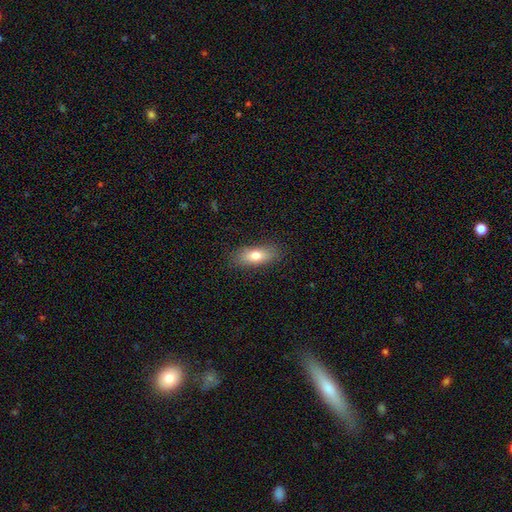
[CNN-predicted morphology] Overall: smooth (75%). How rounded: in between (75%). Merging: none (85%).